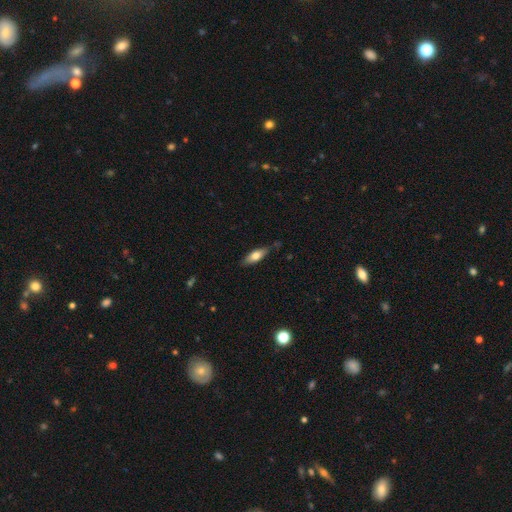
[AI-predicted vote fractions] The model was most divided on "how rounded": in between: 61%, cigar-shaped: 37%, round: 2%. More confident: merging — none (78%); smooth or featured — smooth (68%).